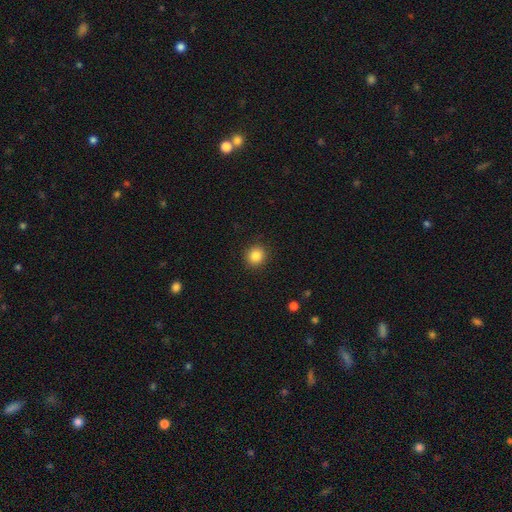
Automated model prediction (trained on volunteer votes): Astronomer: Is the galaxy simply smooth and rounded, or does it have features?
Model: smooth — 85%.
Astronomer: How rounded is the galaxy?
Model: round — 86%.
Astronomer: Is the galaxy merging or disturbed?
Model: none — 91%.